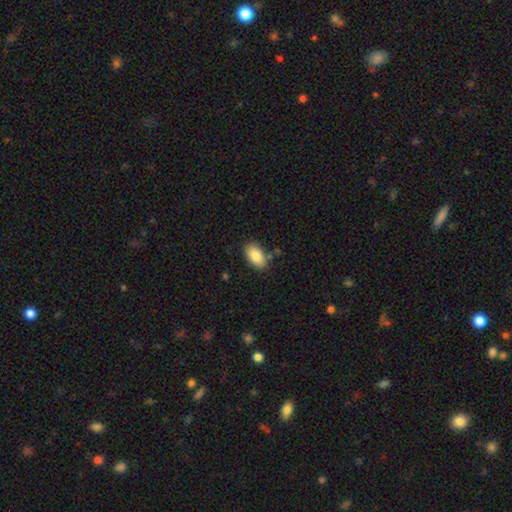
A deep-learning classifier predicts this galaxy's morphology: Smooth or featured? Predicted: smooth (p=0.86). How rounded? Predicted: in between (p=0.93). Merging? Predicted: none (p=0.80).